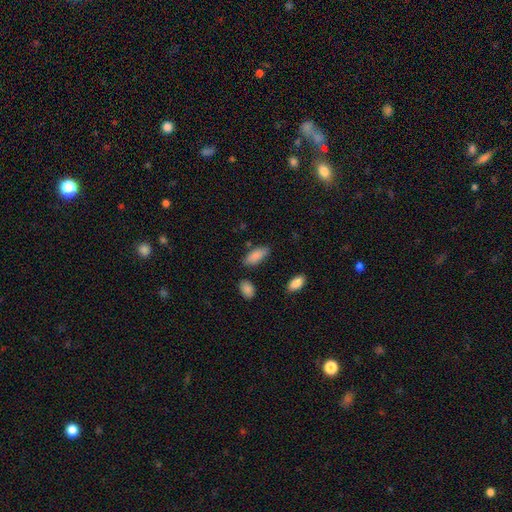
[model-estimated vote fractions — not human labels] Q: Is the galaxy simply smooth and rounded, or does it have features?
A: smooth — 88%.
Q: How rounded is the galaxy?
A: in between — 84%.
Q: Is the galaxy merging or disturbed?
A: none — 79%.